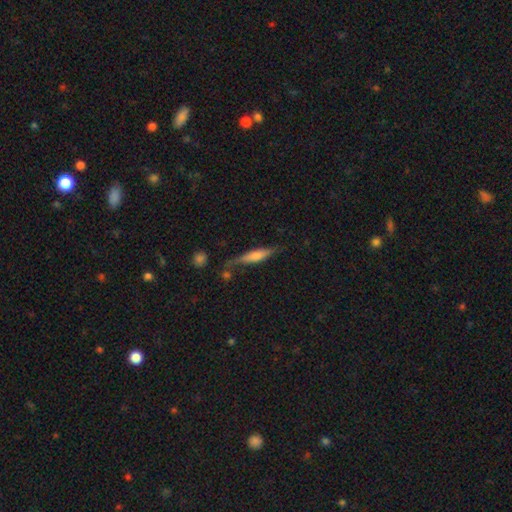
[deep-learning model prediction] Q: Smooth or featured?
A: smooth (57%); runner-up: featured or disk (36%)
Q: How rounded?
A: cigar-shaped (74%); runner-up: in between (23%)
Q: Merging?
A: none (58%); runner-up: minor disturbance (24%)